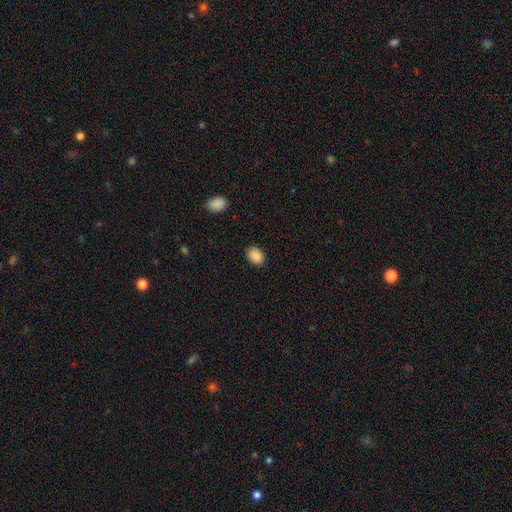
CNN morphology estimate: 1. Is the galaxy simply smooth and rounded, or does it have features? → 88% smooth, 8% star or artifact, 3% featured or disk.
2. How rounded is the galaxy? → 73% in between, 26% round, 1% cigar-shaped.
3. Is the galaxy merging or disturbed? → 87% none, 9% minor disturbance, 2% major disturbance, 1% merger.